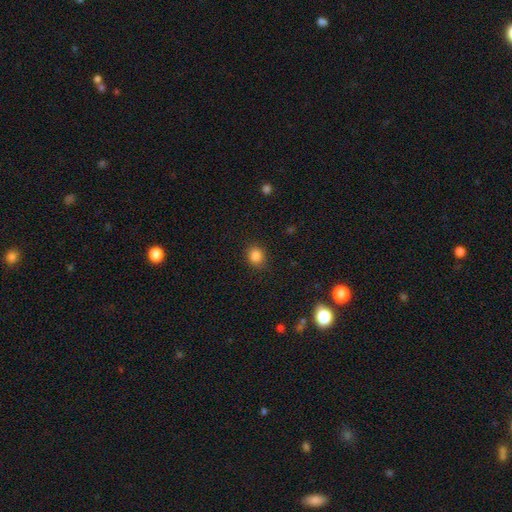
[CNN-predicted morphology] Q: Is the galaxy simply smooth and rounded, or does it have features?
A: smooth — 85%.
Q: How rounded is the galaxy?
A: round — 72%.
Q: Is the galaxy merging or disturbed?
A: none — 87%.